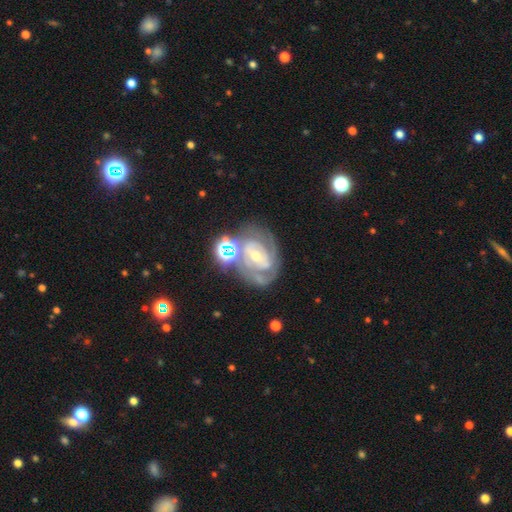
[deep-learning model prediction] This appears to be a featured or disk galaxy (83%) with no bar (41%), 2 (45%) tight (61%) spiral arms (91%) and a small central bulge (62%). Merging: none (58%).